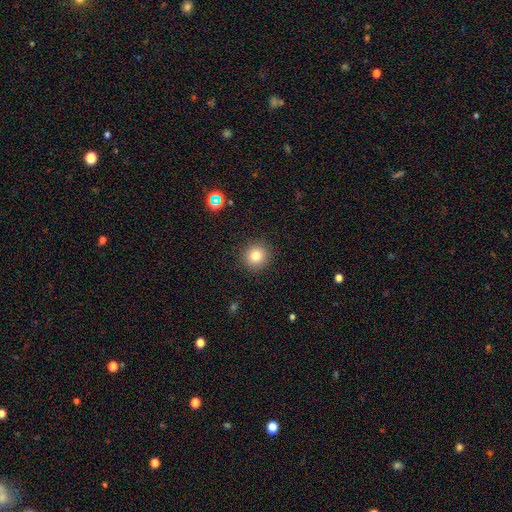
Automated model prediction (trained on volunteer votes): A smooth galaxy with no disk features (81%) that is round (92%). Merging: none (91%).